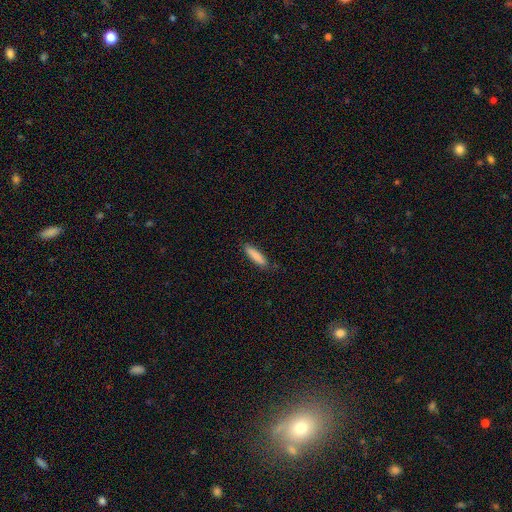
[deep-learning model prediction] smooth_or_featured: smooth (p=0.87) [alt: featured or disk p=0.07]
how_rounded: cigar-shaped (p=0.76) [alt: in between p=0.23]
merging: none (p=0.87) [alt: minor disturbance p=0.10]